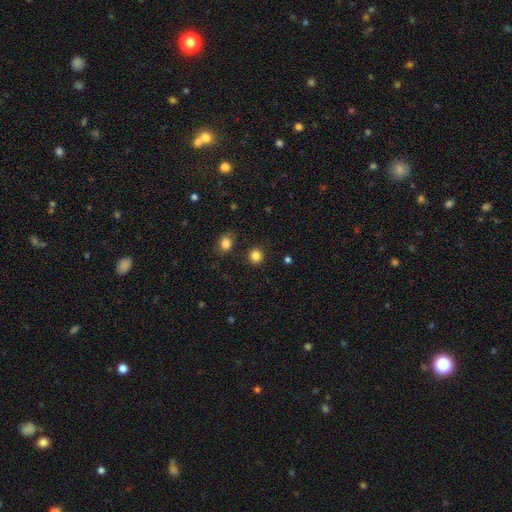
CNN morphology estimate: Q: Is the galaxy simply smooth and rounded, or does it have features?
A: smooth — 84%.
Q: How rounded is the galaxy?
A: round — 90%.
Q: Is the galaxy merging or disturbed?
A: none — 88%.